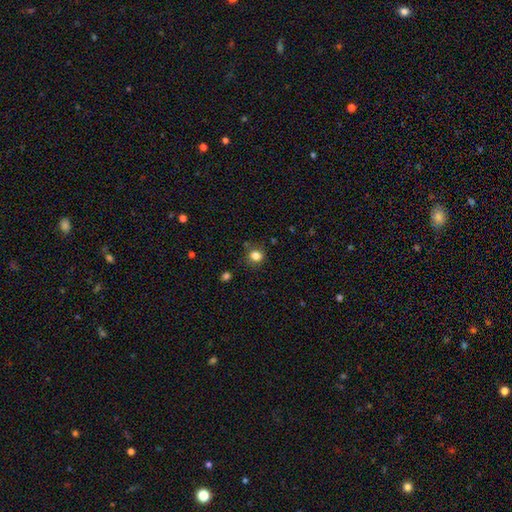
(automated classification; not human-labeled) smooth_or_featured: smooth (p=0.82) [alt: star or artifact p=0.12]
how_rounded: round (p=0.76) [alt: in between p=0.23]
merging: none (p=0.78) [alt: minor disturbance p=0.15]